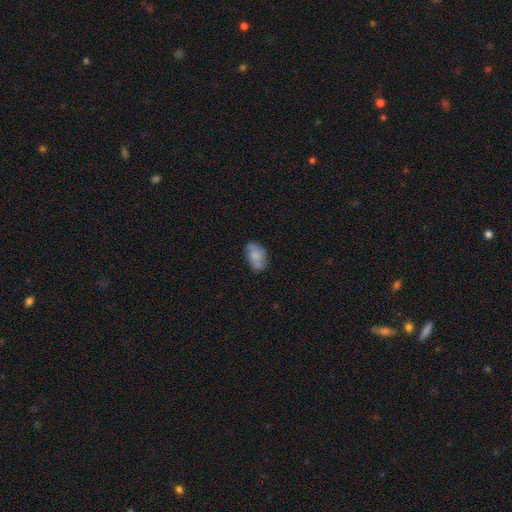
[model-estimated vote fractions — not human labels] Smooth or featured? Predicted: smooth (p=0.65). How rounded? Predicted: in between (p=0.88). Merging? Predicted: none (p=0.59).